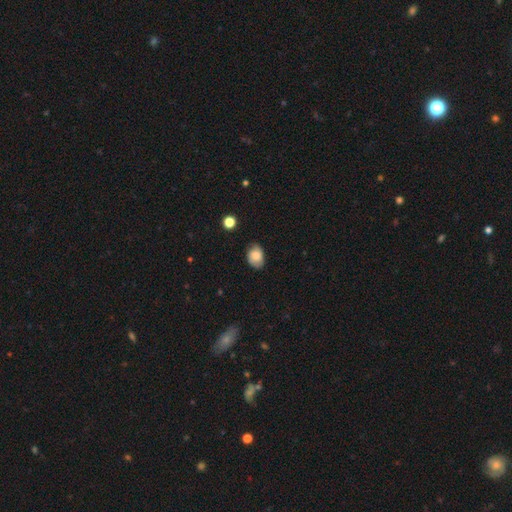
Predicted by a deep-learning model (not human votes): This appears to be a smooth galaxy with no disk features (76%) that is in between round and cigar-shaped (76%). Merging: none (69%).